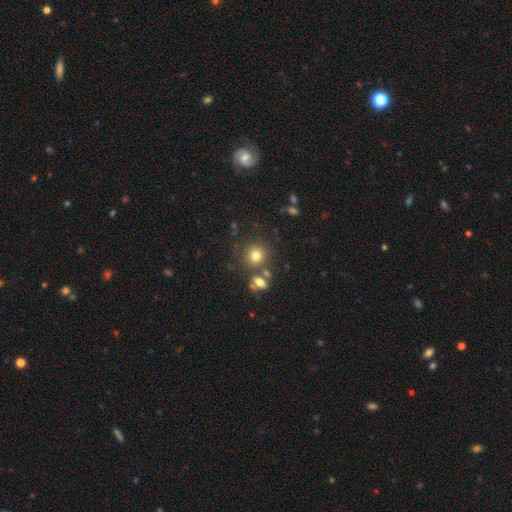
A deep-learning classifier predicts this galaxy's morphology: Smooth or featured?
  - smooth: 76% *
  - star or artifact: 13%
  - featured or disk: 11%
How rounded?
  - round: 86% *
  - in between: 13%
  - cigar-shaped: 1%
Merging?
  - none: 69% *
  - merger: 16%
  - minor disturbance: 10%
  - major disturbance: 5%